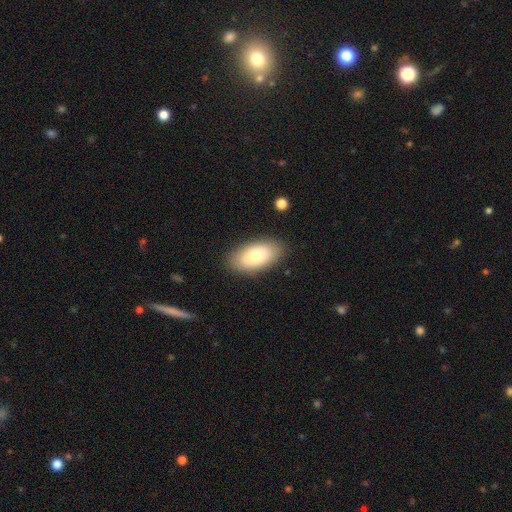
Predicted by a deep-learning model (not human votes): A smooth galaxy with no disk features (80%) that is in between round and cigar-shaped (94%).

Vote fractions:
- Smooth or featured? smooth: 80% / featured or disk: 14% / star or artifact: 6%
- How rounded? in between: 94% / round: 3% / cigar-shaped: 3%
- Merging? none: 86% / minor disturbance: 10% / major disturbance: 3% / merger: 1%